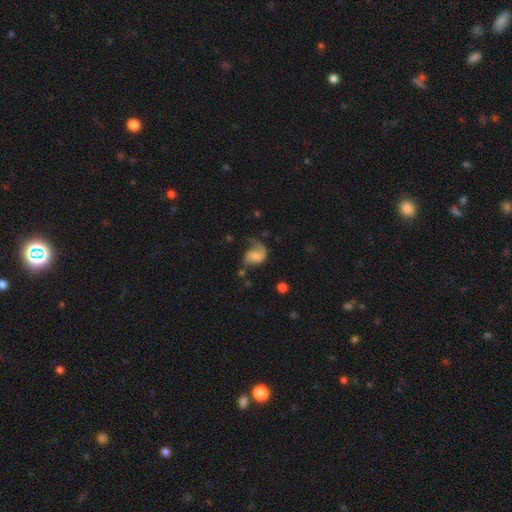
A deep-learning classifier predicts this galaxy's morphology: Smooth or featured: featured or disk — 63% (smooth — 29%)
Edge-on disk: no — 98% (yes — 2%)
Bar: no — 55% (weak — 36%)
Spiral arms: yes — 90% (no — 10%)
Spiral winding: loose — 54% (medium — 34%)
Spiral arm count: 1 — 63% (2 — 30%)
Bulge size: small — 36% (none — 29%)
Merging: major disturbance — 38% (none — 36%)